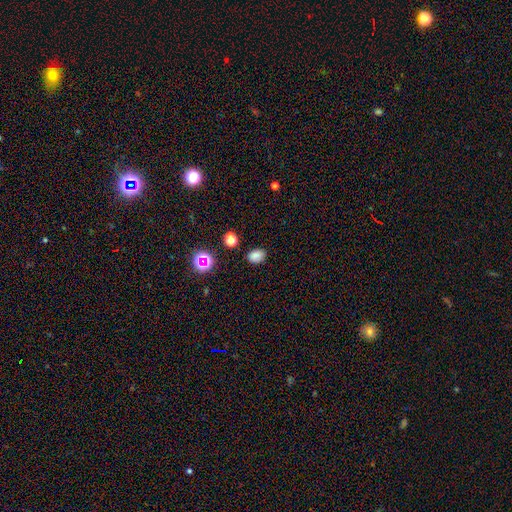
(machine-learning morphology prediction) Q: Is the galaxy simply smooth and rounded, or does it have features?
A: smooth — 78%.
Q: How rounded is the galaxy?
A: in between — 73%.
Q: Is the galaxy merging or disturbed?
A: none — 82%.